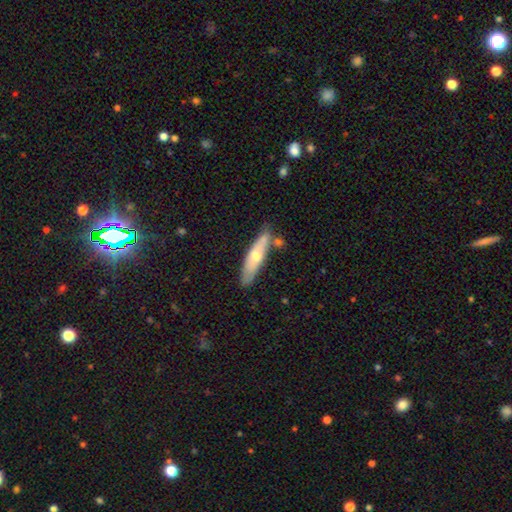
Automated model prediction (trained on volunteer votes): This appears to be a smooth galaxy with no disk features (52%) that is cigar-shaped (73%). Merging: none (73%).